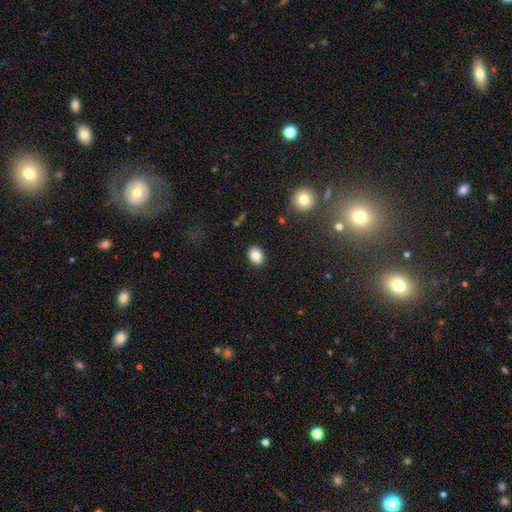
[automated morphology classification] Q: Smooth or featured?
A: smooth (85%); runner-up: star or artifact (9%)
Q: How rounded?
A: in between (69%); runner-up: round (30%)
Q: Merging?
A: none (88%); runner-up: minor disturbance (8%)